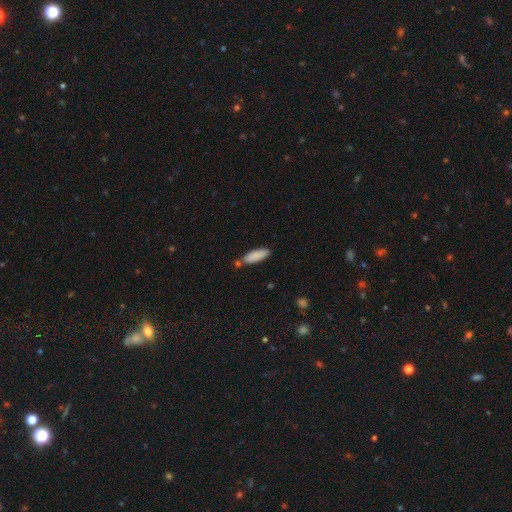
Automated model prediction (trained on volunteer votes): The model was most divided on "how rounded": in between: 57%, cigar-shaped: 41%, round: 2%. More confident: smooth or featured — smooth (86%); merging — none (67%).